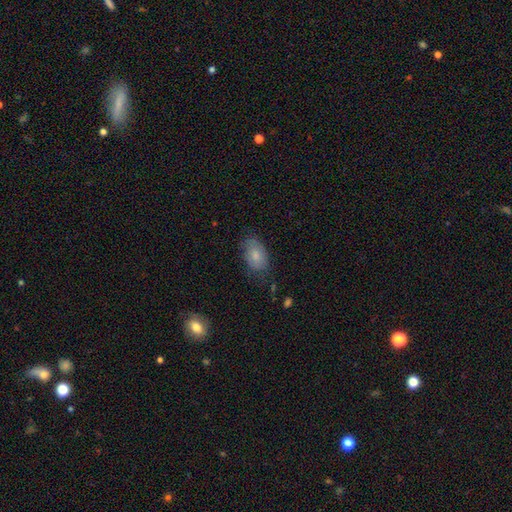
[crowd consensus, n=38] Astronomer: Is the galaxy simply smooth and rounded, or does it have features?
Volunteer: smooth — 63%.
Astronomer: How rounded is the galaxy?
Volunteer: in between — 88%.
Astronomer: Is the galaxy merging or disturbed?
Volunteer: none — 54% (runner-up: minor disturbance, 31%).